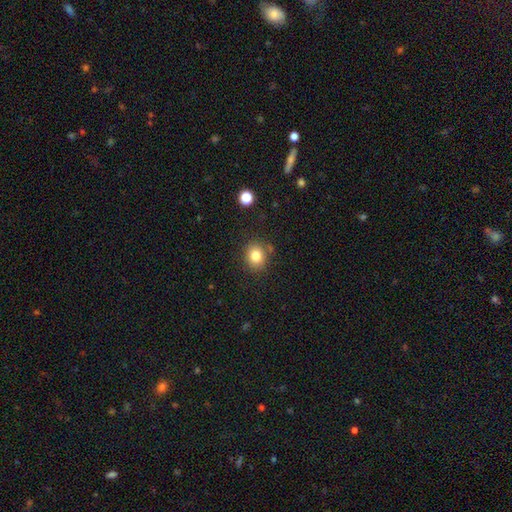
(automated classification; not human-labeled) Smooth or featured? smooth (82%)
How rounded? round (73%)
Merging? none (82%)